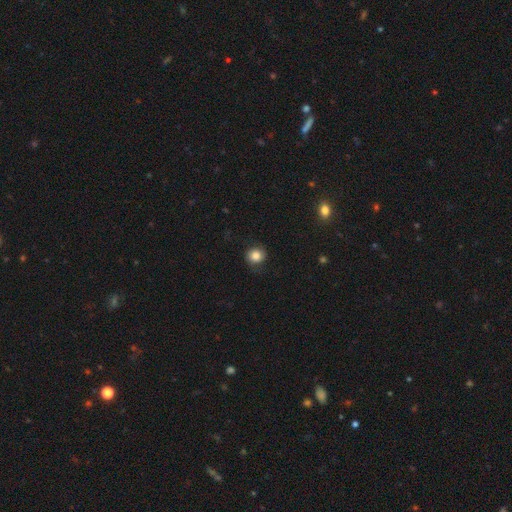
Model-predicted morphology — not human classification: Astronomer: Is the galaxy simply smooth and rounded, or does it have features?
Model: smooth — 79%.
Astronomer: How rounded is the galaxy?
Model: round — 83%.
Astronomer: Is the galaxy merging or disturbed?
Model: none — 75%.